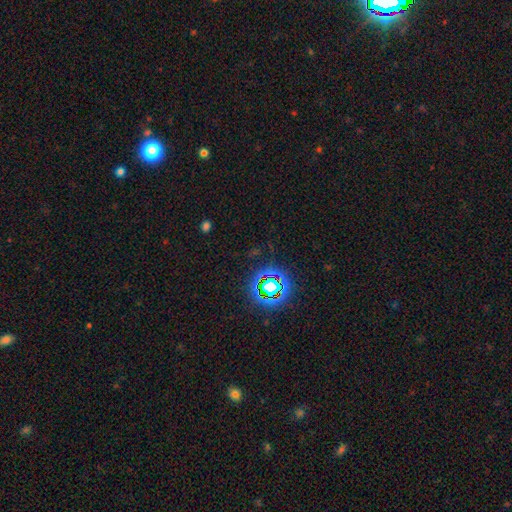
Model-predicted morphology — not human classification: A star or artifact, not a galaxy (76%).

Vote fractions:
- Smooth or featured? star or artifact: 76% / smooth: 14% / featured or disk: 10%